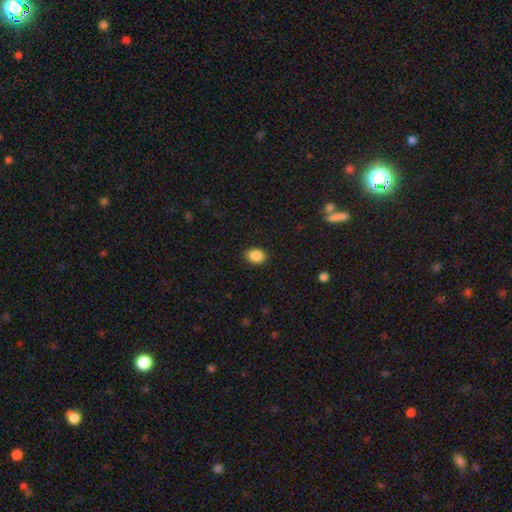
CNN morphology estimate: The model was most divided on "how rounded": in between: 67%, round: 32%, cigar-shaped: 1%. More confident: smooth or featured — smooth (88%); merging — none (87%).